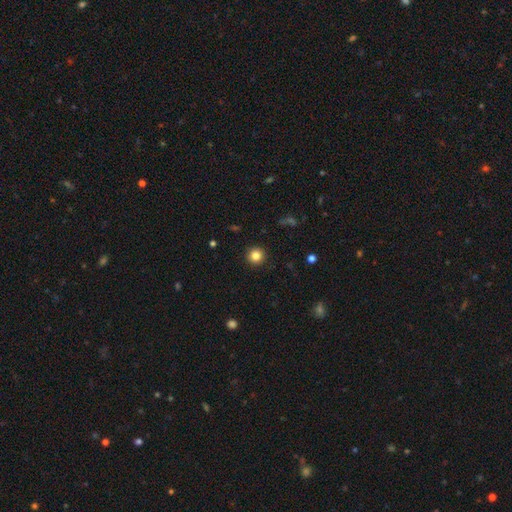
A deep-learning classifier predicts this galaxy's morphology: Smooth or featured? smooth (83%)
How rounded? round (95%)
Merging? none (93%)